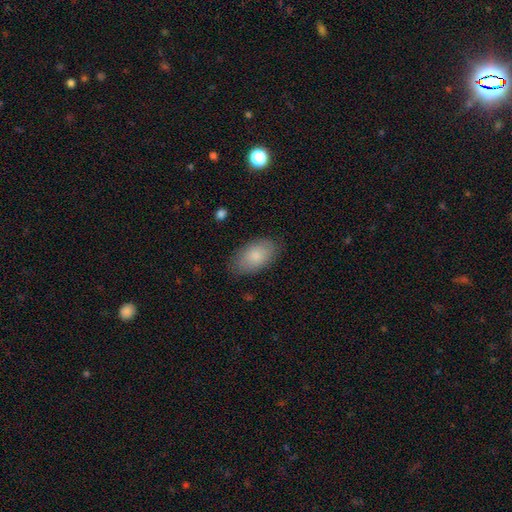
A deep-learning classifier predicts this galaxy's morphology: Smooth or featured? Predicted: smooth (p=0.82). How rounded? Predicted: in between (p=0.94). Merging? Predicted: none (p=0.80).